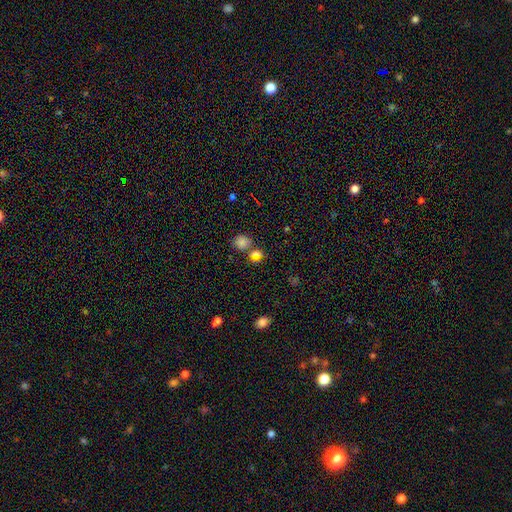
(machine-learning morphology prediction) This is likely a smooth galaxy (70%). How rounded: likely round (62%). Merging: possibly none (57%).